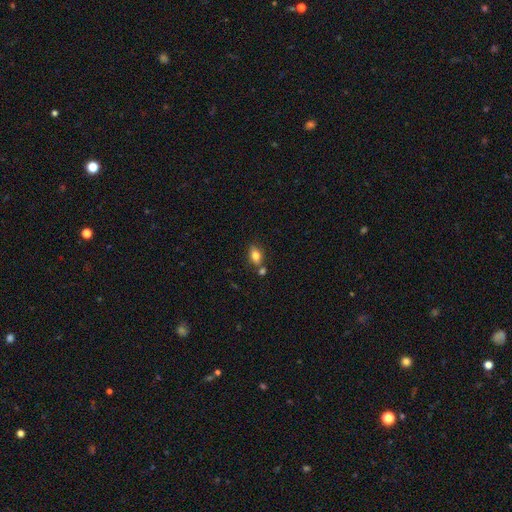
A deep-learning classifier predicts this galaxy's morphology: Smooth or featured? smooth (79%)
How rounded? in between (83%)
Merging? none (66%)